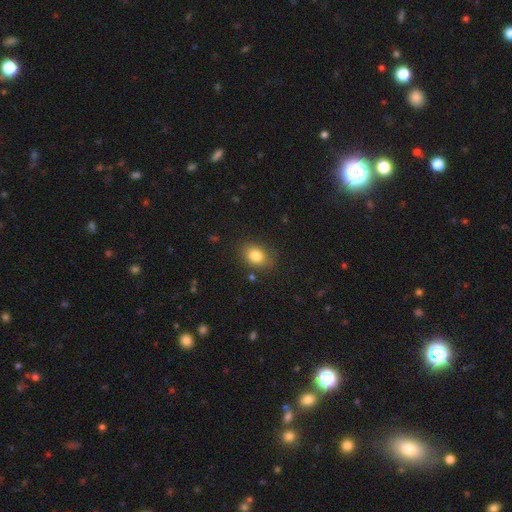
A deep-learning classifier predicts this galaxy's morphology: Smooth or featured?
  - smooth: 83% *
  - star or artifact: 10%
  - featured or disk: 7%
How rounded?
  - in between: 65% *
  - round: 34%
  - cigar-shaped: 1%
Merging?
  - none: 82% *
  - minor disturbance: 13%
  - major disturbance: 3%
  - merger: 2%